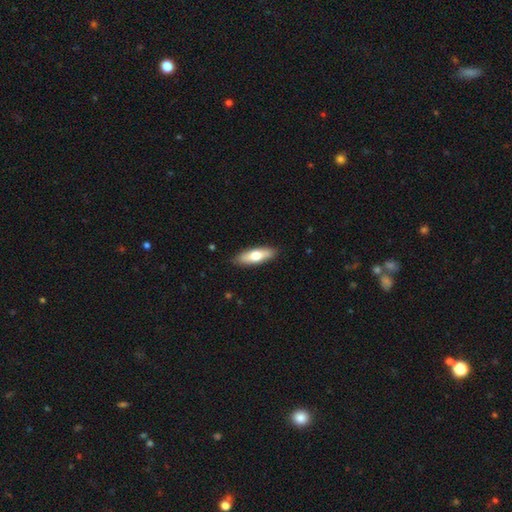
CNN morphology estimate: Smooth or featured? Predicted: smooth (p=0.65). How rounded? Predicted: in between (p=0.52). Merging? Predicted: none (p=0.88).